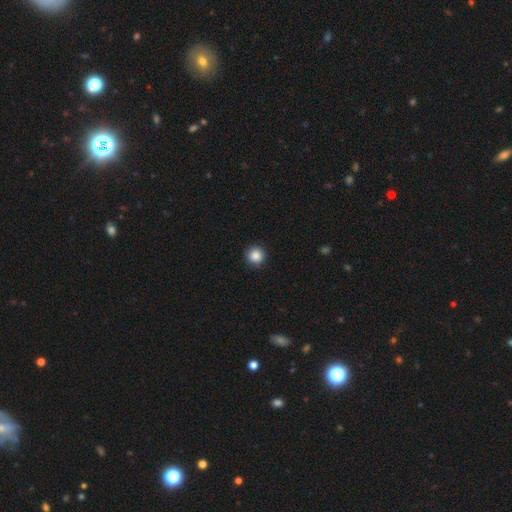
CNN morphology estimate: smooth_or_featured: smooth (p=0.87) [alt: star or artifact p=0.10]
how_rounded: round (p=0.96) [alt: in between p=0.03]
merging: none (p=0.92) [alt: minor disturbance p=0.06]